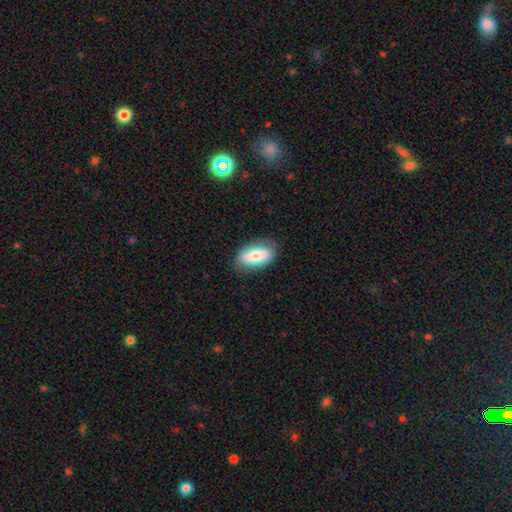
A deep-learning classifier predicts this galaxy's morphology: smooth 69%, featured or disk 25%, star or artifact 6%. Down the decision tree: how rounded — in between (91%); merging — none (79%).